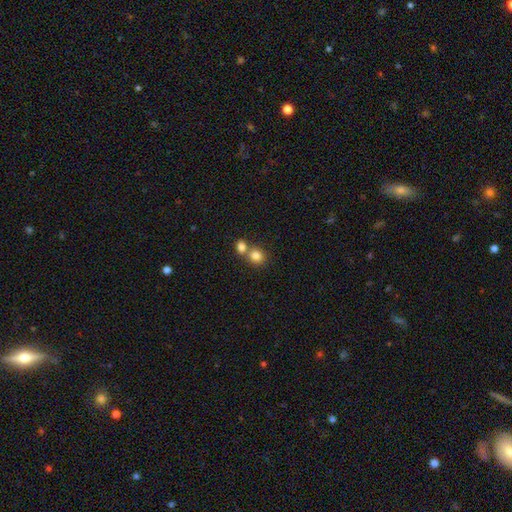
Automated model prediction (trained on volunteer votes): A smooth galaxy with no disk features (82%) that is round (80%).

Vote fractions:
- Smooth or featured? smooth: 82% / star or artifact: 11% / featured or disk: 7%
- How rounded? round: 80% / in between: 19% / cigar-shaped: 1%
- Merging? merger: 48% / none: 44% / minor disturbance: 6% / major disturbance: 2%